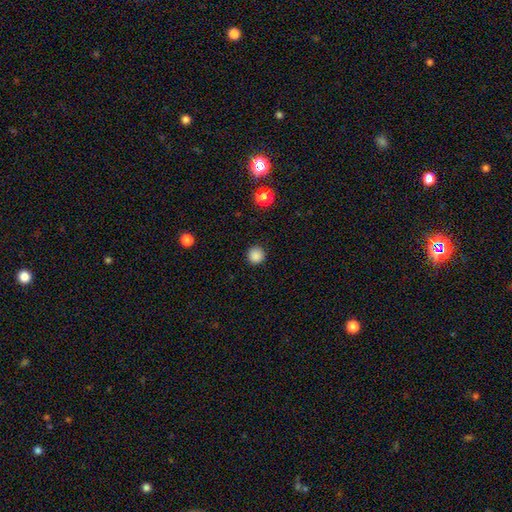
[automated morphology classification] smooth_or_featured: smooth (p=0.87) [alt: star or artifact p=0.10]
how_rounded: round (p=0.95) [alt: in between p=0.04]
merging: none (p=0.92) [alt: minor disturbance p=0.05]